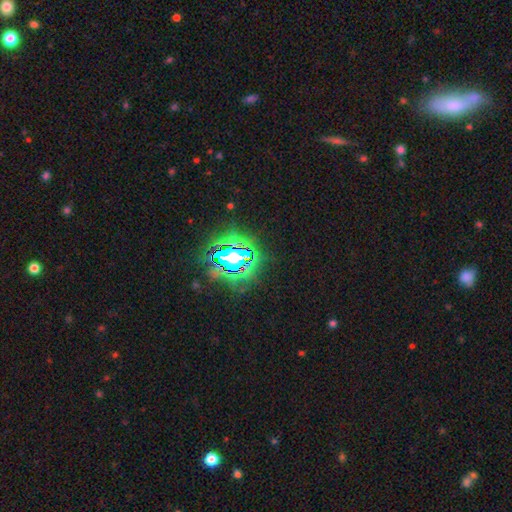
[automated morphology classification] Smooth or featured? Predicted: star or artifact (p=0.78).